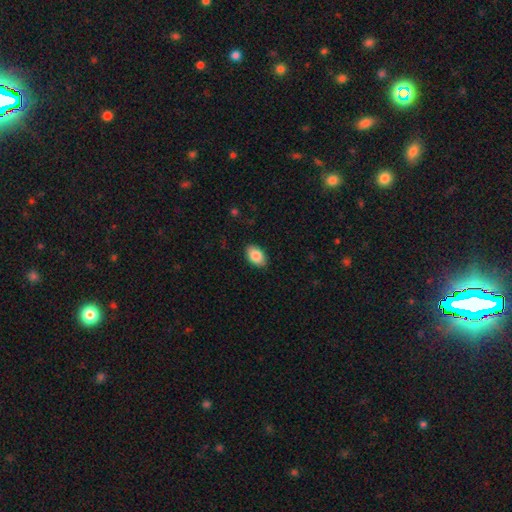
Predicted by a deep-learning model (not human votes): Overall: smooth (86%). How rounded: in between (92%). Merging: none (88%).